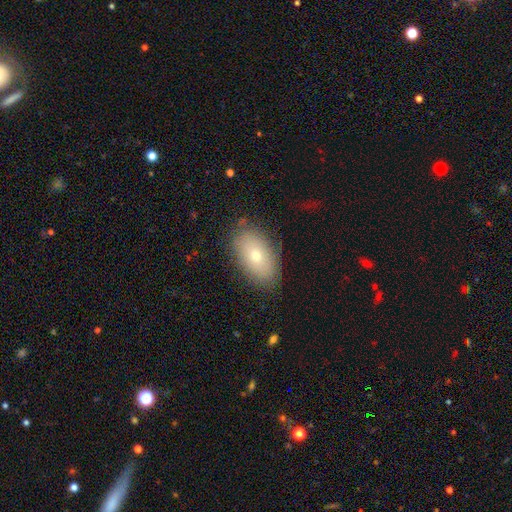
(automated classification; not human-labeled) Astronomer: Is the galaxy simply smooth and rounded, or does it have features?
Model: smooth — 69%.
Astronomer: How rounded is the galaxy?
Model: in between — 91%.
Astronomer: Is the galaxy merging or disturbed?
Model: none — 82%.